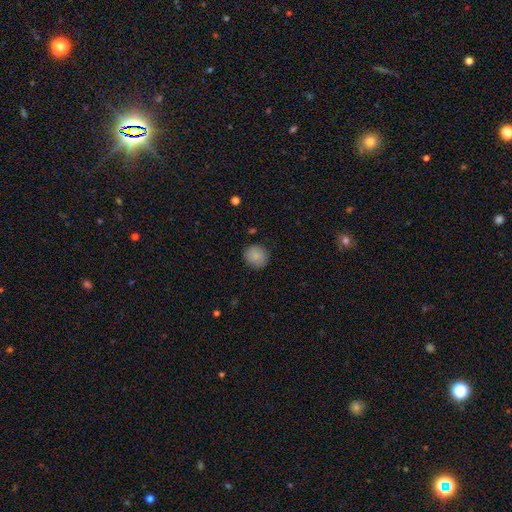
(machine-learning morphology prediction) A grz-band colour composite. It shows a smooth galaxy with no disk features (87%) that is round (87%). Merging: none (87%).